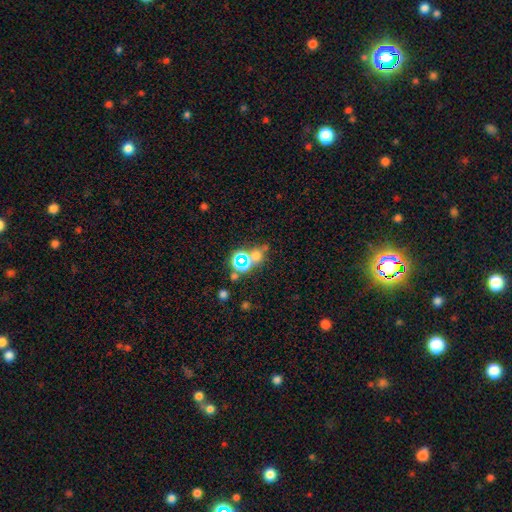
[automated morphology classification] type=smooth (45%); merging=none (54%).